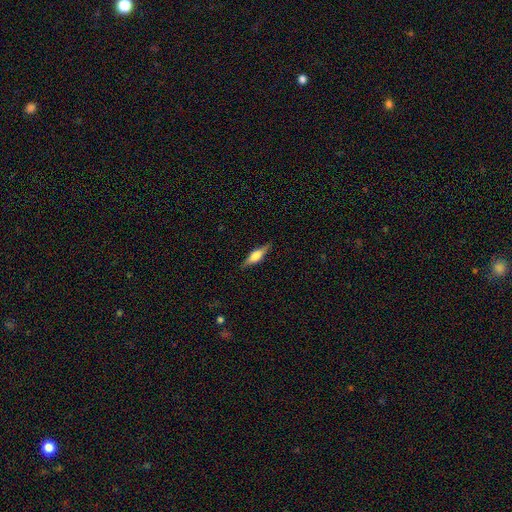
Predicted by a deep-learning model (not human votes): A featured or disk galaxy (61%) viewed edge-on (96%) with a rounded central bulge (84%). Merging: none (86%).